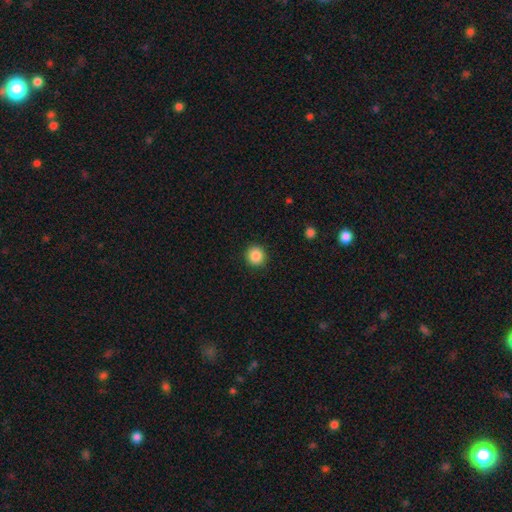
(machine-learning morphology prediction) Smooth or featured?
  - smooth: 87% *
  - star or artifact: 9%
  - featured or disk: 3%
How rounded?
  - round: 93% *
  - in between: 6%
  - cigar-shaped: 1%
Merging?
  - none: 91% *
  - minor disturbance: 6%
  - major disturbance: 2%
  - merger: 1%